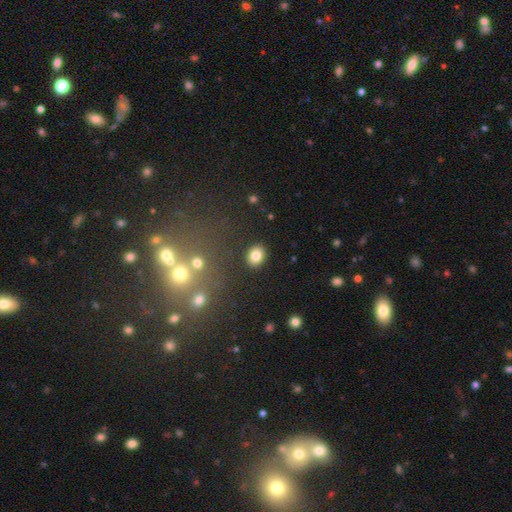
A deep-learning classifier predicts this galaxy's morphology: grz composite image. It shows a smooth galaxy with no disk features (82%) that is in between round and cigar-shaped (53%). Merging: none (89%).